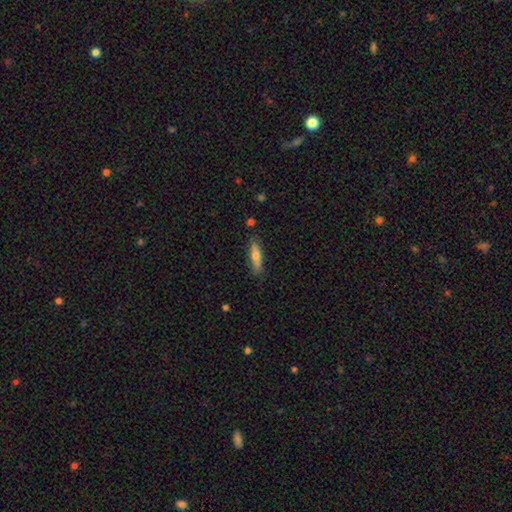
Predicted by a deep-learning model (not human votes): Morphology: type=smooth (64%); roundness=cigar-shaped (69%); merging=none (83%).